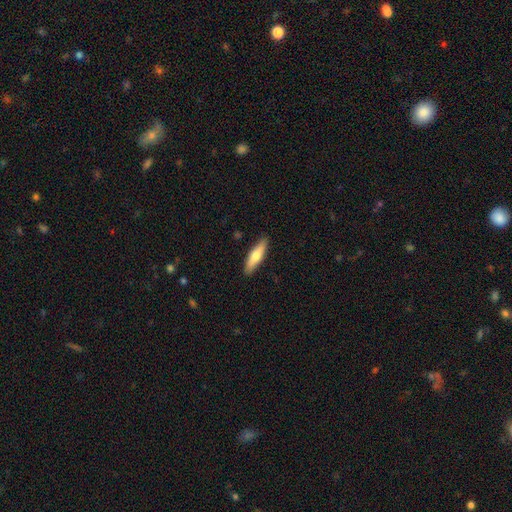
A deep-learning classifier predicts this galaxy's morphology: smooth_or_featured: smooth (p=0.64) [alt: featured or disk p=0.31]
how_rounded: cigar-shaped (p=0.69) [alt: in between p=0.29]
merging: none (p=0.89) [alt: minor disturbance p=0.08]